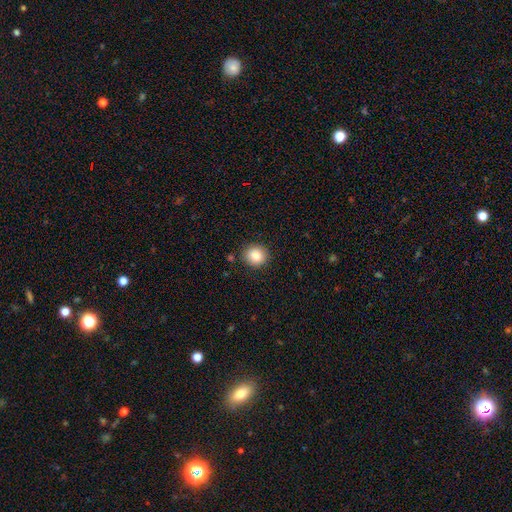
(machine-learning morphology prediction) A smooth galaxy with no disk features (84%) that is round (87%).

Vote fractions:
- Smooth or featured? smooth: 84% / star or artifact: 9% / featured or disk: 7%
- How rounded? round: 87% / in between: 12% / cigar-shaped: 1%
- Merging? none: 89% / minor disturbance: 7% / major disturbance: 2% / merger: 2%